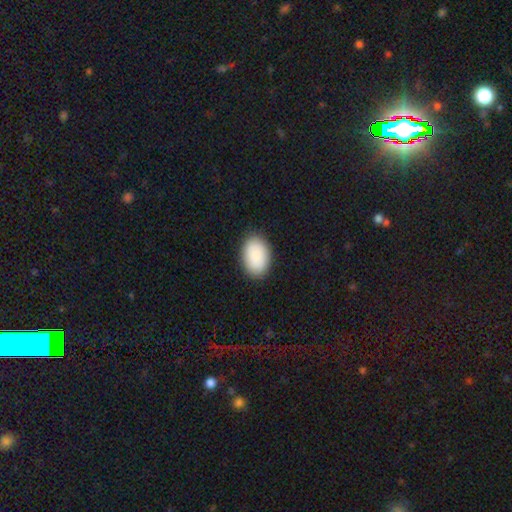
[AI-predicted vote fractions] Smooth or featured? Predicted: smooth (p=0.90). How rounded? Predicted: in between (p=0.88). Merging? Predicted: none (p=0.89).